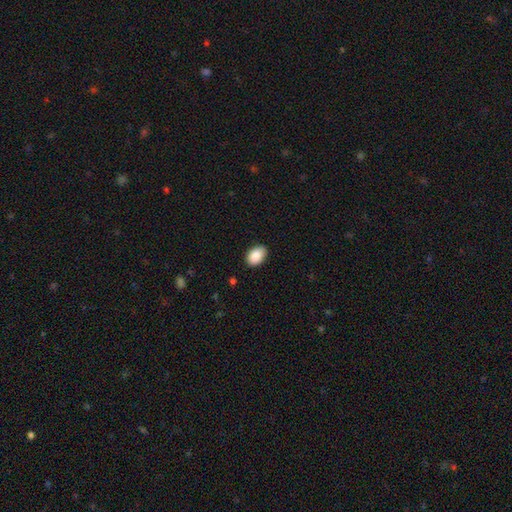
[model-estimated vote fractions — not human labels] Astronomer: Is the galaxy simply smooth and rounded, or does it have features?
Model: smooth — 89%.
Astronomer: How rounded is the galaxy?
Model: in between — 87%.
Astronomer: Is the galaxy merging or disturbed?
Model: none — 86%.